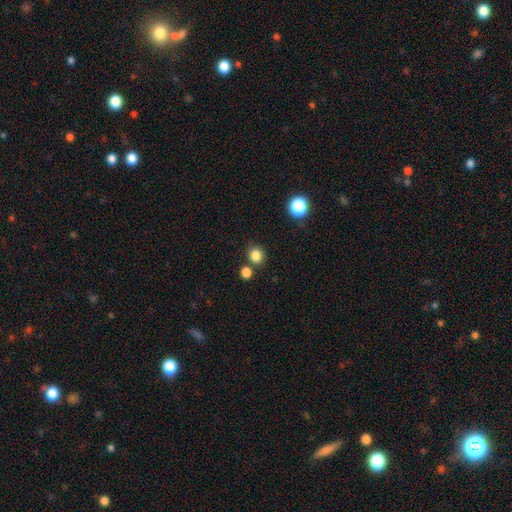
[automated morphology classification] This appears to be a smooth galaxy with no disk features (83%) that is round (82%). Merging: none (75%).